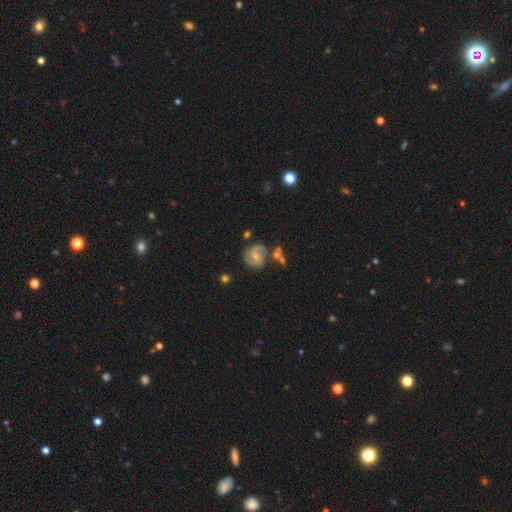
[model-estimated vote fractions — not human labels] smooth-or-featured: featured or disk: 77% | smooth: 16% | star or artifact: 7%
  disk-edge-on: no: 98% | yes: 2%
    bar: weak: 50% | no: 36% | strong: 14%
    has-spiral-arms: yes: 94% | no: 6%
      spiral-winding: medium: 53% | tight: 27% | loose: 20%
      spiral-arm-count: 2: 86% | can't tell: 6% | 3: 3% | 1: 3% | 4: 1% | more than 4: 1%
    bulge-size: small: 52% | moderate: 32% | none: 14% | large: 2% | dominant: 1%
  merging: none: 64% | minor disturbance: 18% | merger: 11% | major disturbance: 7%